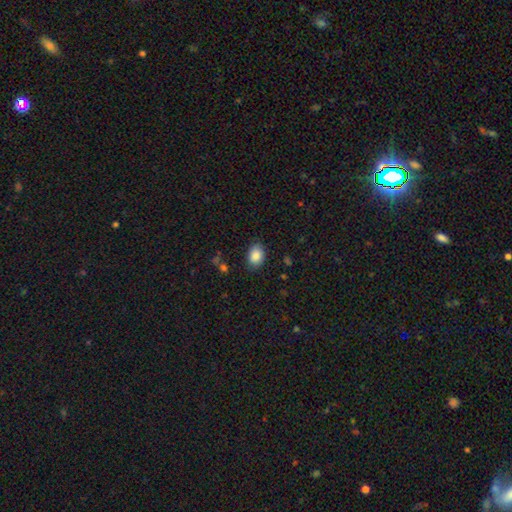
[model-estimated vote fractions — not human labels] Smooth or featured? Predicted: smooth (p=0.87). How rounded? Predicted: in between (p=0.78). Merging? Predicted: none (p=0.84).